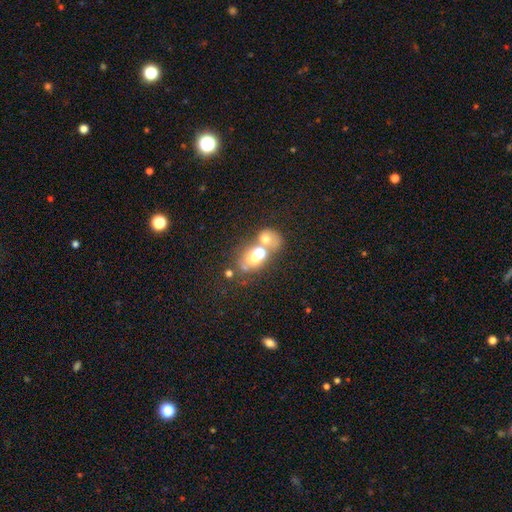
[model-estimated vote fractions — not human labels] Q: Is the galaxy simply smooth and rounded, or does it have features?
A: smooth — 49%.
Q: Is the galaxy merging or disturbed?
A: merger — 56%.